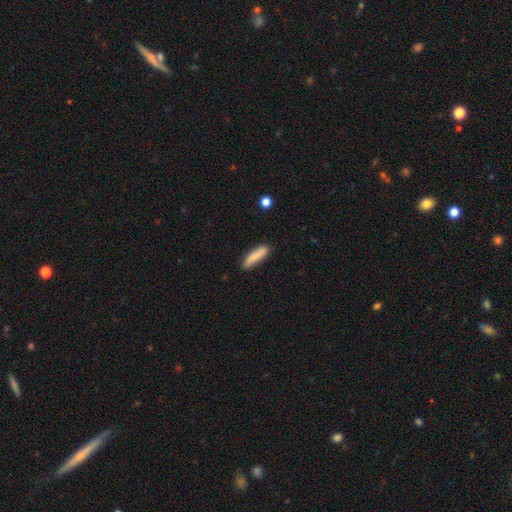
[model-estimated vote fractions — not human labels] Smooth or featured?
  - smooth: 80% *
  - featured or disk: 14%
  - star or artifact: 6%
How rounded?
  - cigar-shaped: 76% *
  - in between: 23%
  - round: 2%
Merging?
  - none: 77% *
  - minor disturbance: 17%
  - major disturbance: 3%
  - merger: 2%